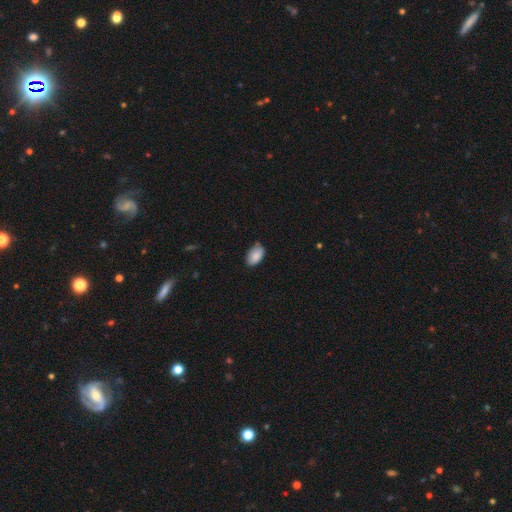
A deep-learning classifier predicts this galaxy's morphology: Smooth or featured: smooth — 87% (star or artifact — 7%)
How rounded: in between — 94% (round — 5%)
Merging: none — 72% (minor disturbance — 23%)